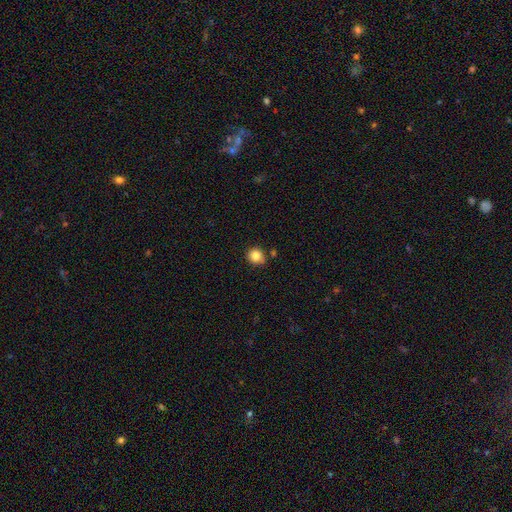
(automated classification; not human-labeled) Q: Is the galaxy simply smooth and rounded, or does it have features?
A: smooth — 84%.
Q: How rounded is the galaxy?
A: round — 82%.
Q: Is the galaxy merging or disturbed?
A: none — 76%.